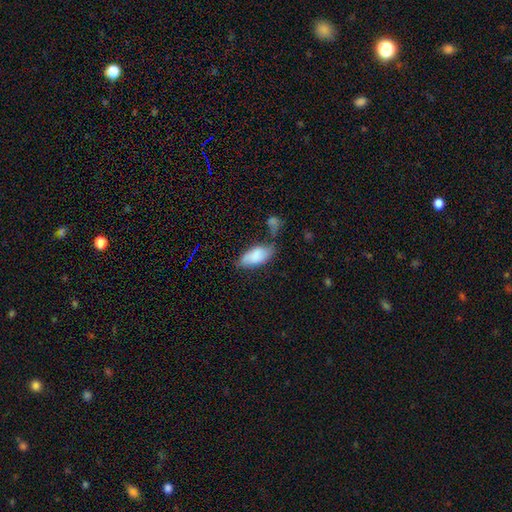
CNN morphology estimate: The model was most divided on "merging": none: 44%, minor disturbance: 28%, merger: 15%, major disturbance: 13%. More confident: how rounded — in between (91%); smooth or featured — smooth (82%).